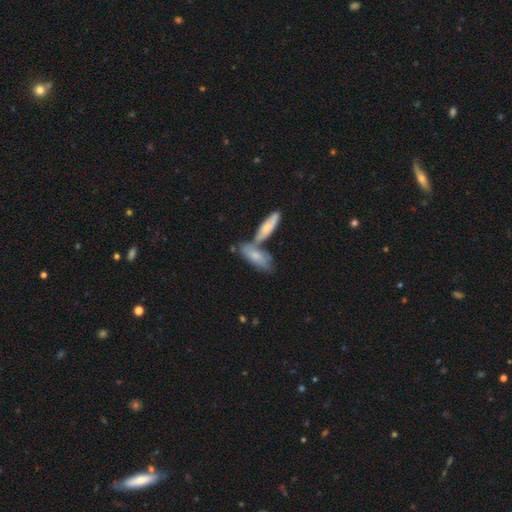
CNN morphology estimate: A smooth galaxy with no disk features (70%) that is in between round and cigar-shaped (64%).

Vote fractions:
- Smooth or featured? smooth: 70% / featured or disk: 25% / star or artifact: 6%
- How rounded? in between: 64% / cigar-shaped: 34% / round: 2%
- Merging? merger: 45% / none: 38% / minor disturbance: 13% / major disturbance: 4%